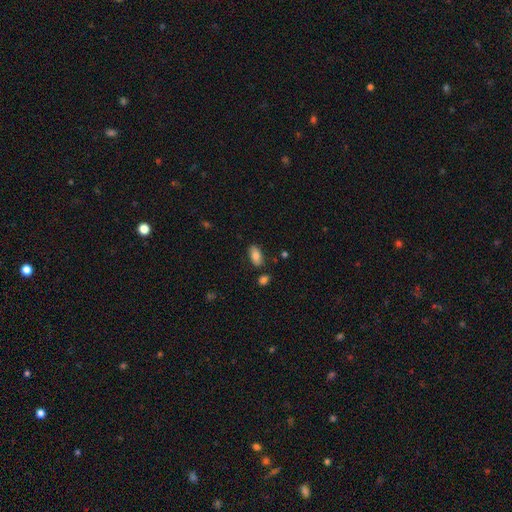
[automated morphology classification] This appears to be a smooth galaxy with no disk features (81%) that is in between round and cigar-shaped (91%). Merging: none (81%).